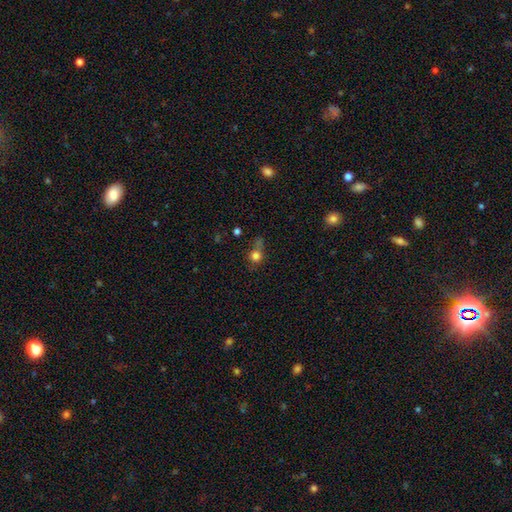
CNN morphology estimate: smooth 75%, star or artifact 15%, featured or disk 10%. Down the decision tree: how rounded — round (84%); merging — none (47%).